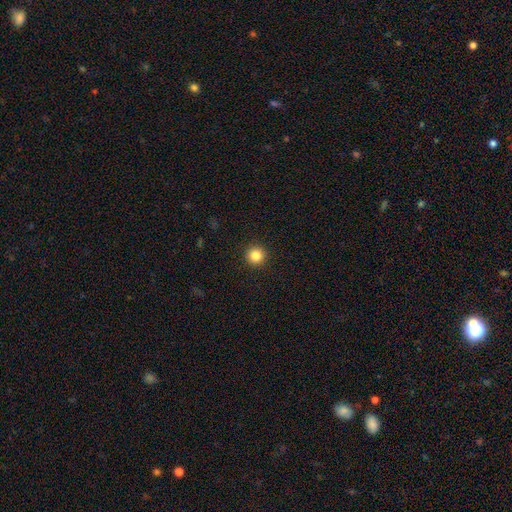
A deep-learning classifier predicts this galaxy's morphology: Overall: smooth (84%). How rounded: round (96%). Merging: none (93%).